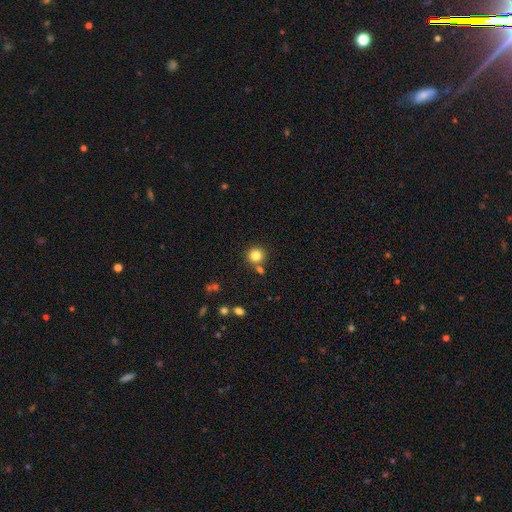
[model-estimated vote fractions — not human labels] This appears to be a smooth galaxy with no disk features (82%) that is round (92%). Merging: none (75%).